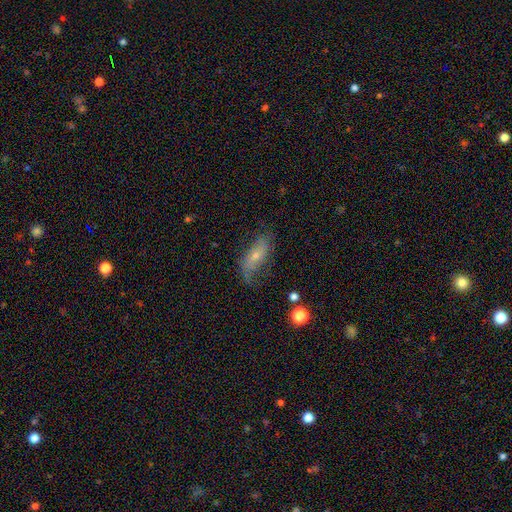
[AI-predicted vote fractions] A featured or disk galaxy (47%).

Vote fractions:
- Smooth or featured? featured or disk: 47% / smooth: 44% / star or artifact: 9%
- Merging? none: 54% / minor disturbance: 28% / major disturbance: 16% / merger: 2%